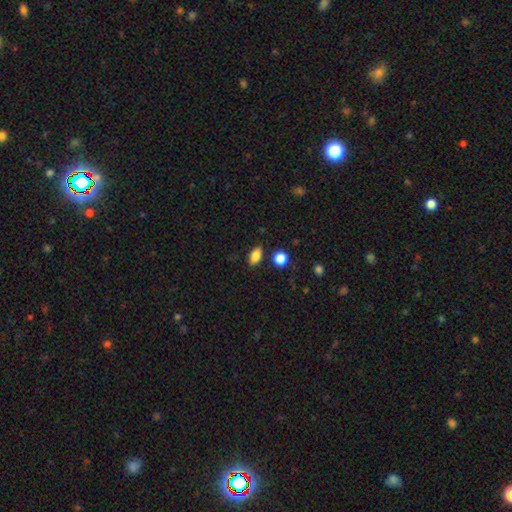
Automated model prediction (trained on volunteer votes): Overall: smooth (84%). How rounded: in between (85%). Merging: none (84%).